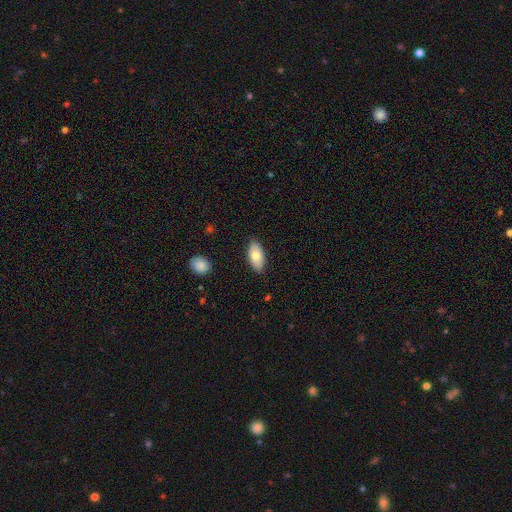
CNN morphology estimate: type=smooth (77%); roundness=in between (93%); merging=none (86%).